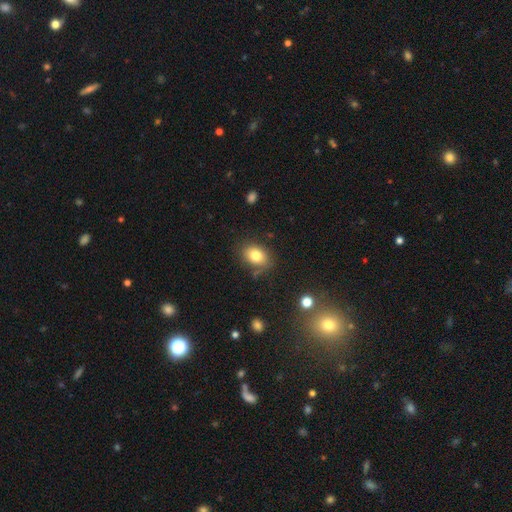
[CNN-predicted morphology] Smooth or featured: smooth — 81% (star or artifact — 10%)
How rounded: in between — 75% (round — 24%)
Merging: none — 78% (minor disturbance — 15%)